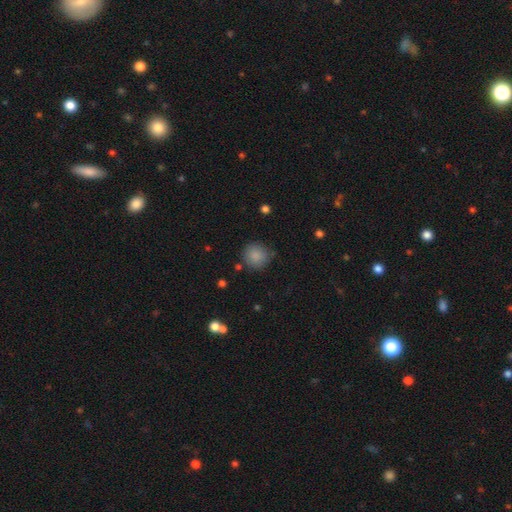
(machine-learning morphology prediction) Smooth or featured? smooth (87%)
How rounded? round (92%)
Merging? none (82%)